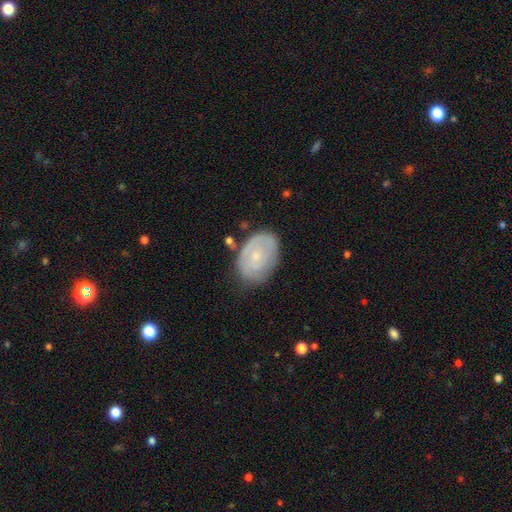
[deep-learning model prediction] This is possibly a featured or disk galaxy (49%). Merging: likely none (69%).